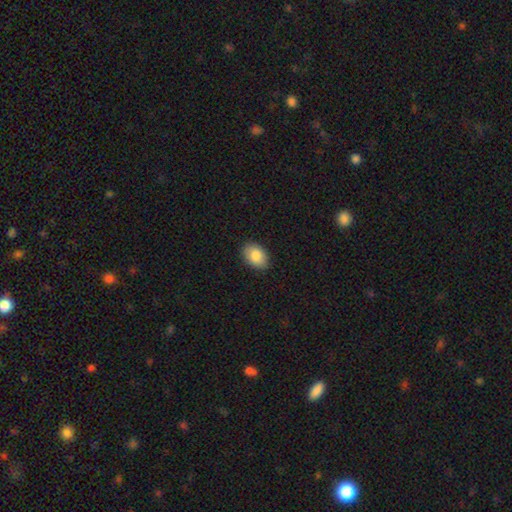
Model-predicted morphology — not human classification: smooth 86%, featured or disk 7%, star or artifact 7%. Down the decision tree: how rounded — in between (86%); merging — none (88%).